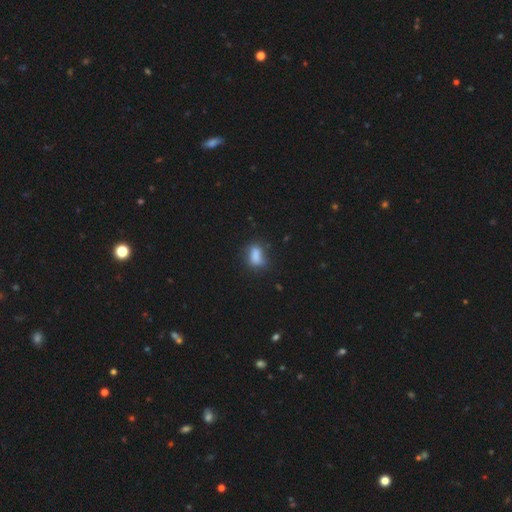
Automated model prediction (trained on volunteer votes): A smooth galaxy with no disk features (78%) that is in between round and cigar-shaped (78%).

Vote fractions:
- Smooth or featured? smooth: 78% / featured or disk: 11% / star or artifact: 11%
- How rounded? in between: 78% / round: 14% / cigar-shaped: 9%
- Merging? none: 53% / minor disturbance: 29% / major disturbance: 12% / merger: 7%